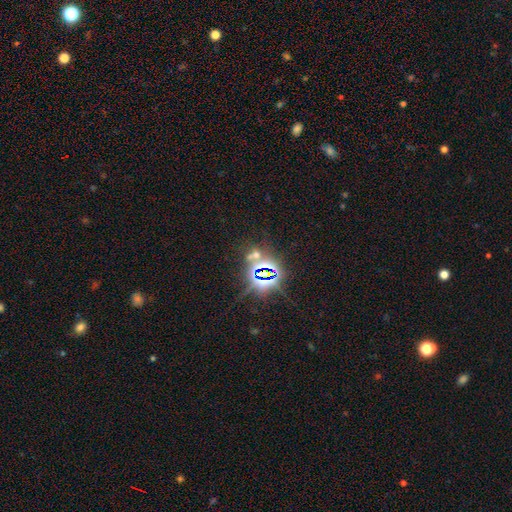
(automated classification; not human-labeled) star or artifact 75%, smooth 17%, featured or disk 8%.